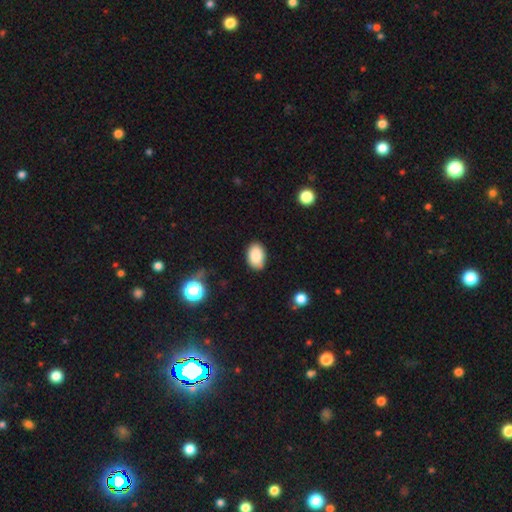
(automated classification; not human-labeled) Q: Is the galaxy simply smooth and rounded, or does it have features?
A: smooth — 87%.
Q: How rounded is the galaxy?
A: in between — 87%.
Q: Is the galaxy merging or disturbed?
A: none — 81%.